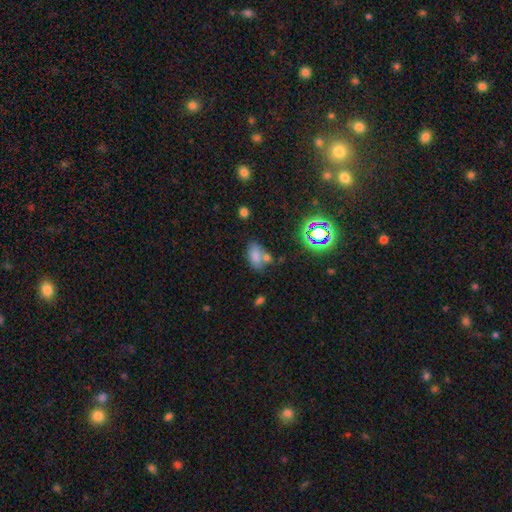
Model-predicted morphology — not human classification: A smooth galaxy with no disk features (72%) that is in between round and cigar-shaped (89%).

Vote fractions:
- Smooth or featured? smooth: 72% / star or artifact: 17% / featured or disk: 11%
- How rounded? in between: 89% / round: 8% / cigar-shaped: 3%
- Merging? none: 51% / merger: 26% / minor disturbance: 17% / major disturbance: 6%